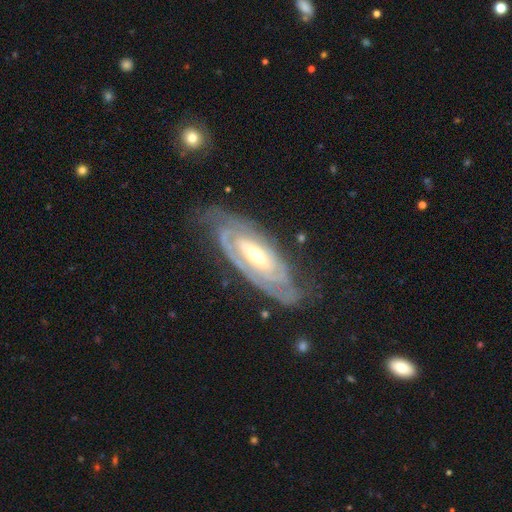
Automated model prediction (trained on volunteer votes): A featured or disk galaxy (87%) with no bar (43%), 2 (44%) tight (75%) spiral arms (93%) and a moderate central bulge (56%). Merging: none (70%).